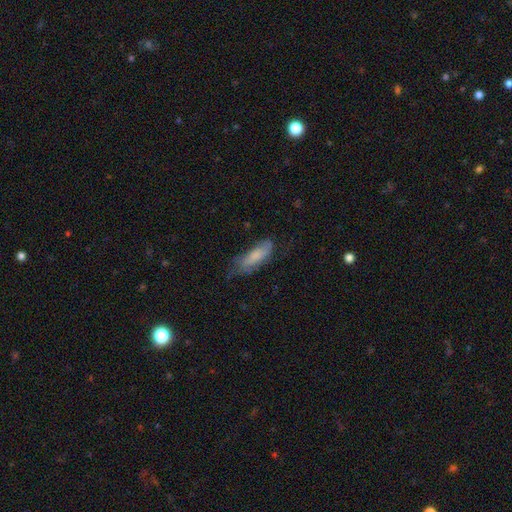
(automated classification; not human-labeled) This is likely a smooth galaxy (64%). How rounded: possibly in between (60%). Merging: possibly none (52%).